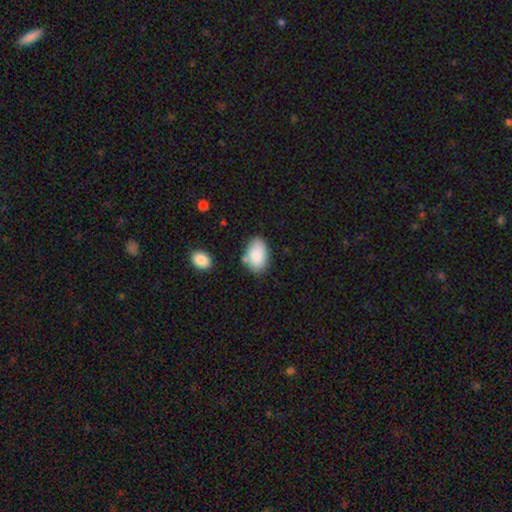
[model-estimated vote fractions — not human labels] Smooth or featured: smooth — 85% (featured or disk — 8%)
How rounded: in between — 91% (round — 8%)
Merging: none — 68% (minor disturbance — 20%)